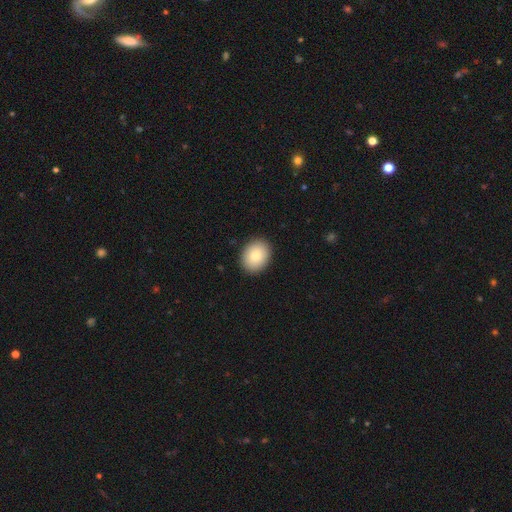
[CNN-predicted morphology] Smooth or featured? Predicted: smooth (p=0.82). How rounded? Predicted: in between (p=0.53). Merging? Predicted: none (p=0.90).